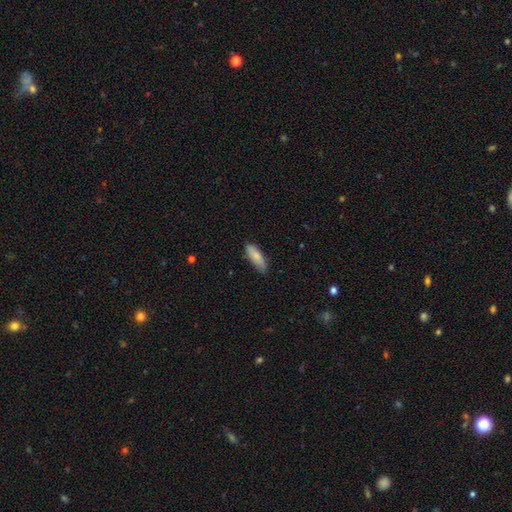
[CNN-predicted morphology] smooth-or-featured: smooth: 83% | featured or disk: 11% | star or artifact: 6%
  how-rounded: in between: 59% | cigar-shaped: 39% | round: 2%
  merging: none: 78% | minor disturbance: 18% | major disturbance: 3% | merger: 1%